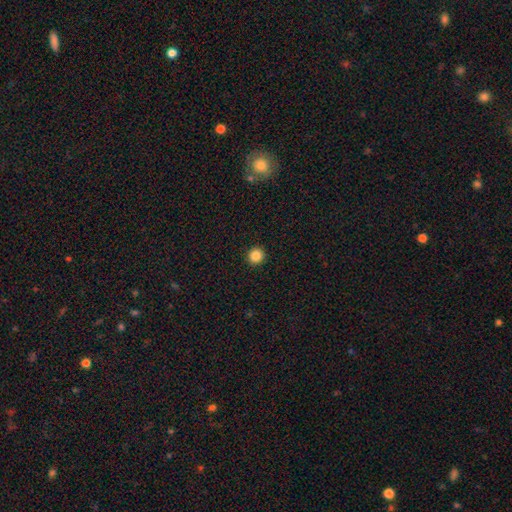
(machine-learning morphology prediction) This appears to be a smooth galaxy with no disk features (85%) that is round (95%). Merging: none (94%).